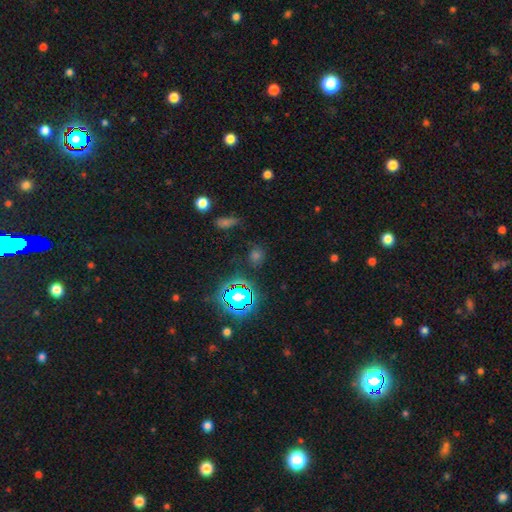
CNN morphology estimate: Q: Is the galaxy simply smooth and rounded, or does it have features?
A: star or artifact — 46%.